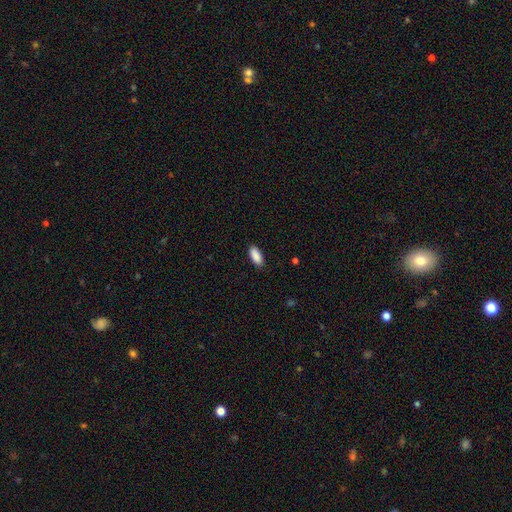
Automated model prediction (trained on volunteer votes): Overall: smooth (91%). How rounded: in between (86%). Merging: none (88%).